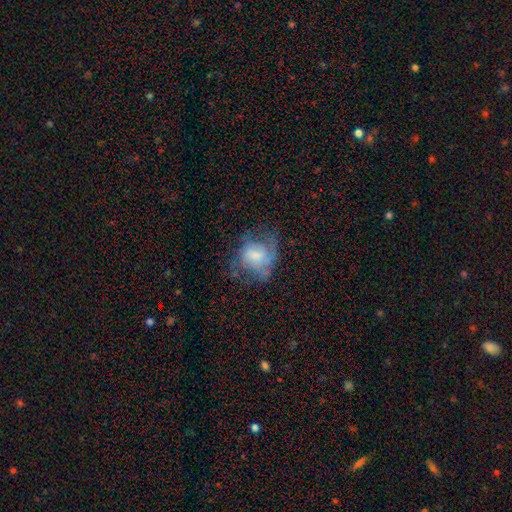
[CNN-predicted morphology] Overall: featured or disk (49%; smooth 42%). Merging: none (37%; major disturbance 34%).